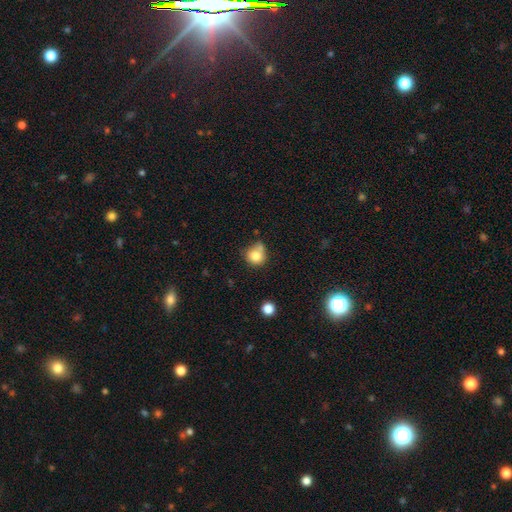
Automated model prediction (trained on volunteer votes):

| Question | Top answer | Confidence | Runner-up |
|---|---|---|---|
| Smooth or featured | smooth | 80% | star or artifact (11%) |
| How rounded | round | 84% | in between (15%) |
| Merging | none | 52% | minor disturbance (22%) |